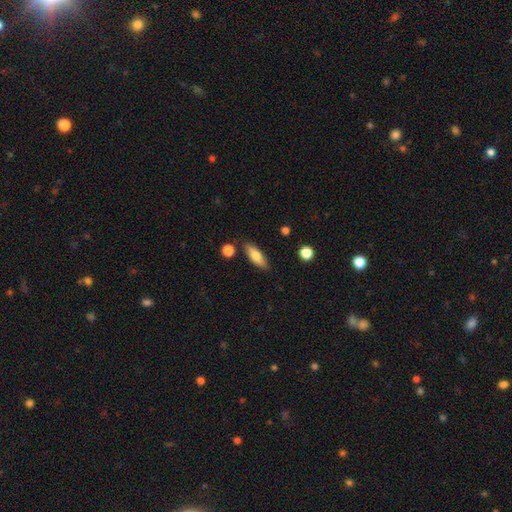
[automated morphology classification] A smooth galaxy with no disk features (73%) that is in between round and cigar-shaped (62%). Merging: none (85%).